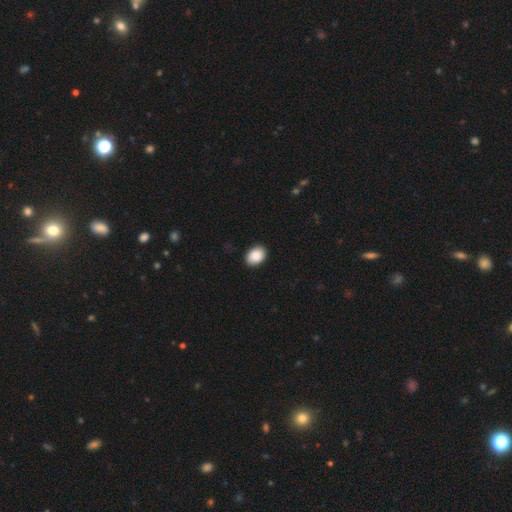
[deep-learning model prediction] A smooth galaxy with no disk features (89%) that is in between round and cigar-shaped (74%). Merging: none (89%).